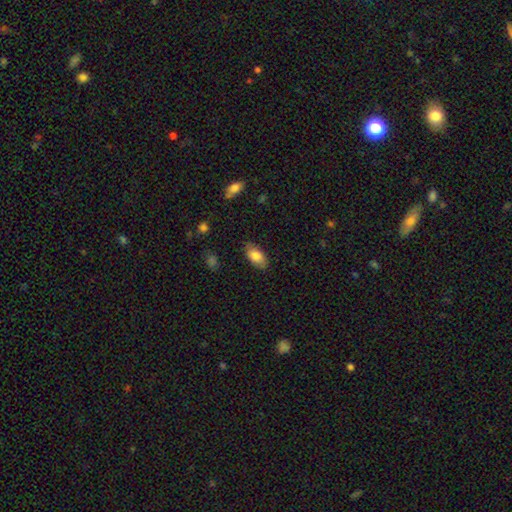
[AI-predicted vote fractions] smooth_or_featured: smooth (p=0.82) [alt: featured or disk p=0.11]
how_rounded: in between (p=0.93) [alt: cigar-shaped p=0.04]
merging: none (p=0.83) [alt: minor disturbance p=0.13]